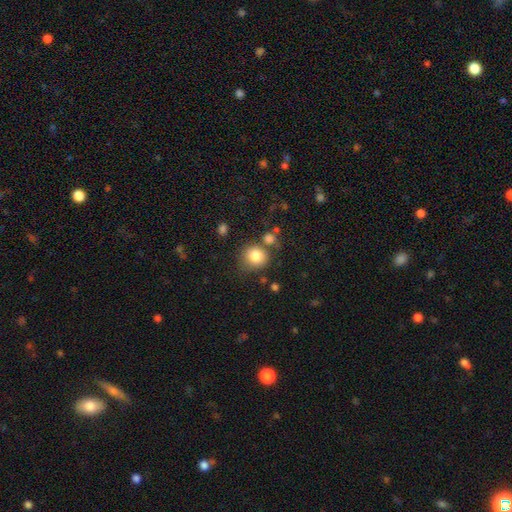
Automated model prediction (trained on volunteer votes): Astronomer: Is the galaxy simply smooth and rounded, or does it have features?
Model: smooth — 82%.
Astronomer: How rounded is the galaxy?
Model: round — 85%.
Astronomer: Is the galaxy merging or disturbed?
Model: none — 66%.